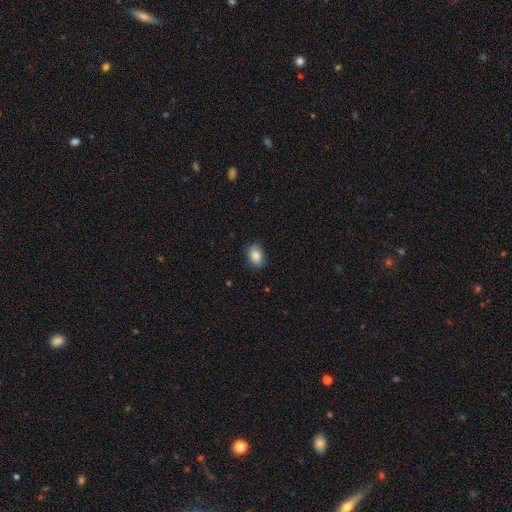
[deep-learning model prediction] Morphology: type=smooth (86%); roundness=in between (79%); merging=none (84%).